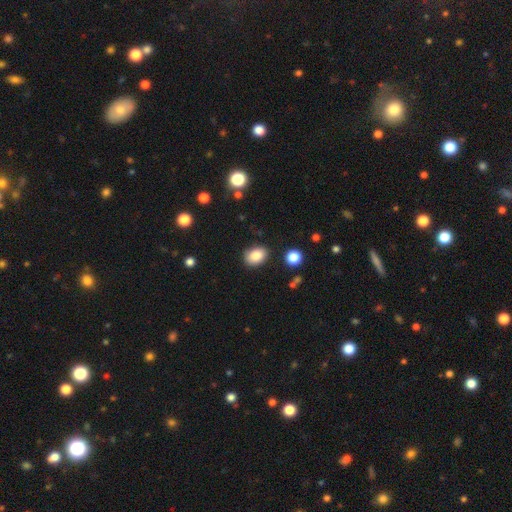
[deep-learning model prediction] This appears to be a smooth galaxy with no disk features (84%) that is in between round and cigar-shaped (65%). Merging: none (83%).